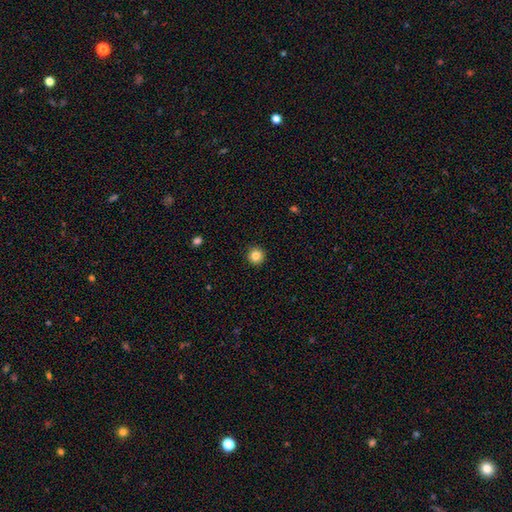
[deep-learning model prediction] Smooth or featured?
  - smooth: 85% *
  - star or artifact: 10%
  - featured or disk: 5%
How rounded?
  - round: 96% *
  - in between: 3%
  - cigar-shaped: 1%
Merging?
  - none: 93% *
  - minor disturbance: 4%
  - major disturbance: 2%
  - merger: 1%